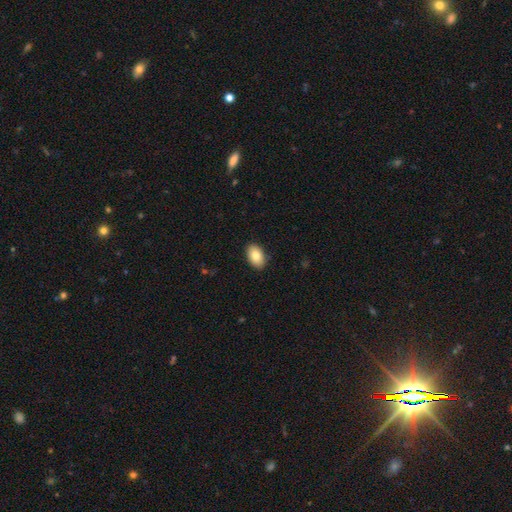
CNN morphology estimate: Smooth or featured? smooth (83%)
How rounded? in between (90%)
Merging? none (89%)